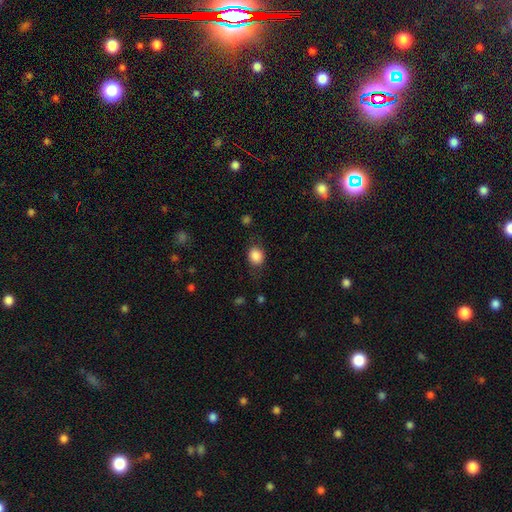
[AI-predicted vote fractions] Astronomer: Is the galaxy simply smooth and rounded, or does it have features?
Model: smooth — 85%.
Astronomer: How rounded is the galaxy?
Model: round — 61% (runner-up: in between, 38%).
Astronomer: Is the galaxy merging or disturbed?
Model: none — 73%.